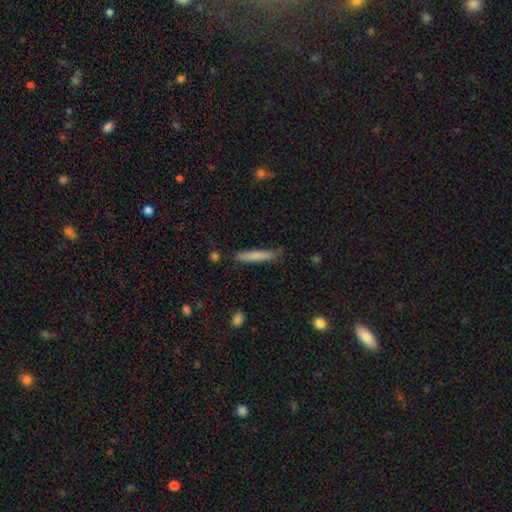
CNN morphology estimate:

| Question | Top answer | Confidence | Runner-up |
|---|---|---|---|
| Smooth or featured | smooth | 77% | featured or disk (17%) |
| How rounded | cigar-shaped | 93% | in between (6%) |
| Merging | none | 84% | minor disturbance (12%) |